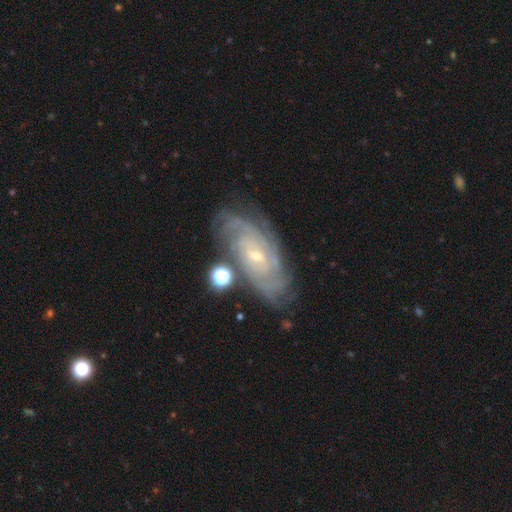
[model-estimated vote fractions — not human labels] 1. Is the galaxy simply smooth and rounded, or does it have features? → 87% featured or disk, 7% smooth, 6% star or artifact.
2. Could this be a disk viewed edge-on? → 94% no, 6% yes.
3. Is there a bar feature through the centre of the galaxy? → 57% no, 34% weak, 9% strong.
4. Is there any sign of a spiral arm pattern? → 97% yes, 3% no.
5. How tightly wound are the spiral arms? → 75% tight, 21% medium, 4% loose.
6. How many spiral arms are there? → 30% can't tell, 24% 4, 17% 3, 13% 2, 10% more than 4, 6% 1.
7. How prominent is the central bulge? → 77% small, 19% moderate, 2% none, 1% large, 1% dominant.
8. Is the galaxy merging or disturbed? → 74% none, 16% minor disturbance, 5% major disturbance, 4% merger.